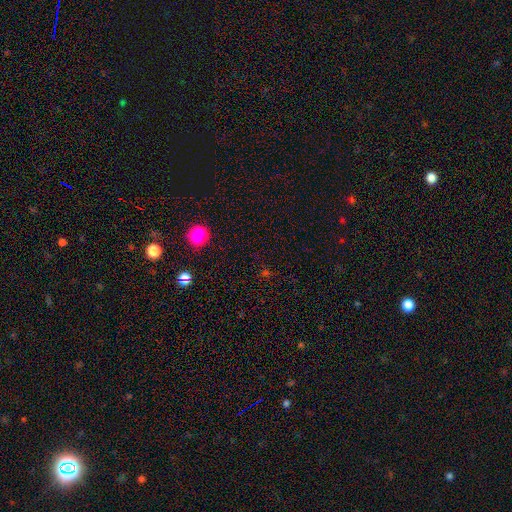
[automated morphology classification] Smooth or featured?
  - star or artifact: 58% *
  - smooth: 35%
  - featured or disk: 7%